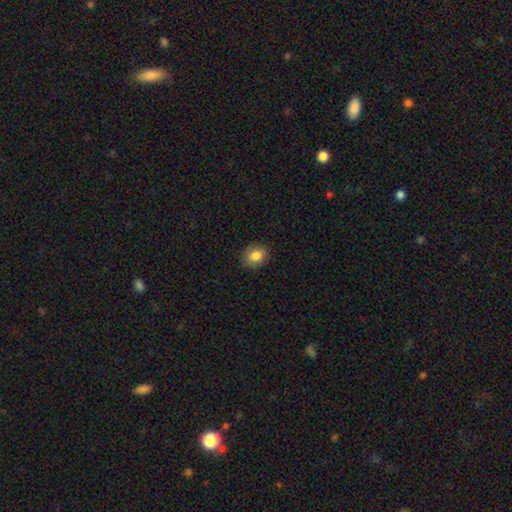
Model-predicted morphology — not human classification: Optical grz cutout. It shows a smooth galaxy with no disk features (85%) that is round (55%). Merging: none (87%).